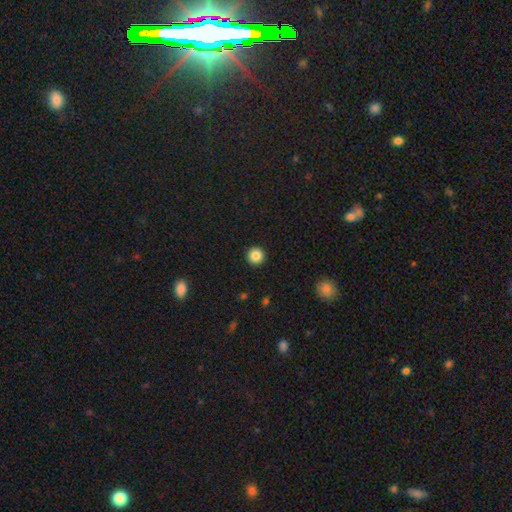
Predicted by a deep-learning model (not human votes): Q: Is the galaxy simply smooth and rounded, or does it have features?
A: smooth — 86%.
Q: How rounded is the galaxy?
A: round — 96%.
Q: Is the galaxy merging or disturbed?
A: none — 93%.